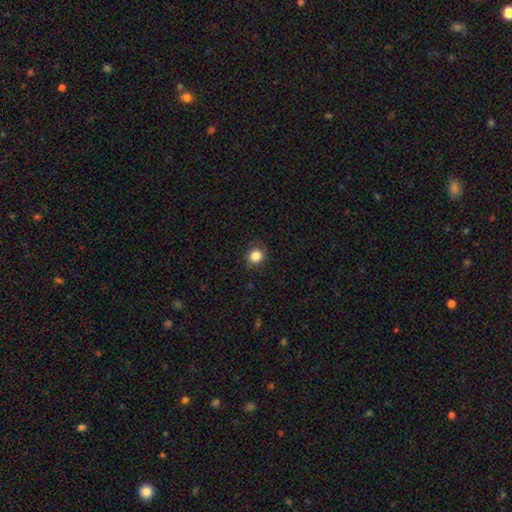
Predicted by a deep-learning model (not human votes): smooth_or_featured: smooth (p=0.85) [alt: star or artifact p=0.11]
how_rounded: round (p=0.77) [alt: in between p=0.22]
merging: none (p=0.83) [alt: minor disturbance p=0.12]